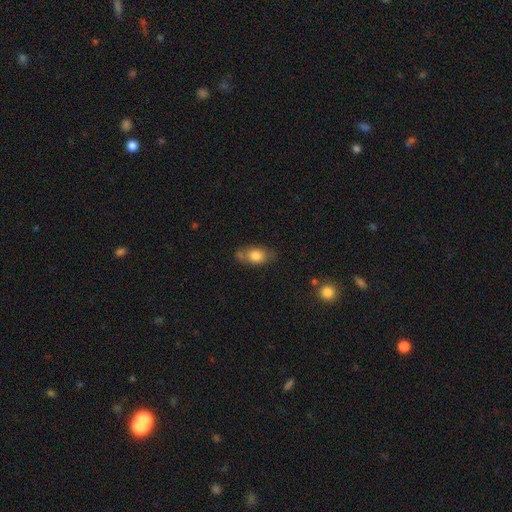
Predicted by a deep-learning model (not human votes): Q: Smooth or featured?
A: smooth (78%); runner-up: featured or disk (14%)
Q: How rounded?
A: in between (77%); runner-up: round (19%)
Q: Merging?
A: none (58%); runner-up: minor disturbance (23%)